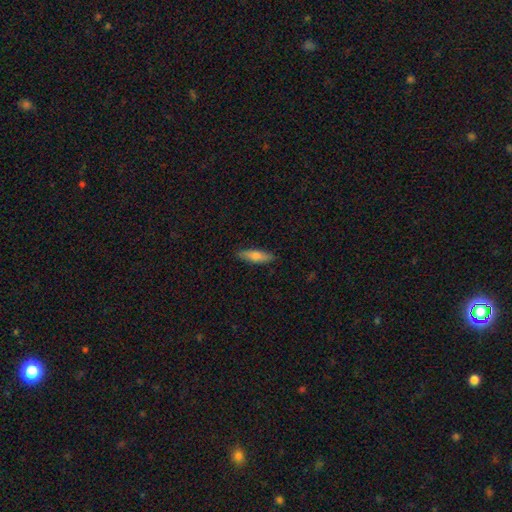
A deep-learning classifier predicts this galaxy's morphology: type=smooth (72%); roundness=cigar-shaped (64%); merging=none (87%).